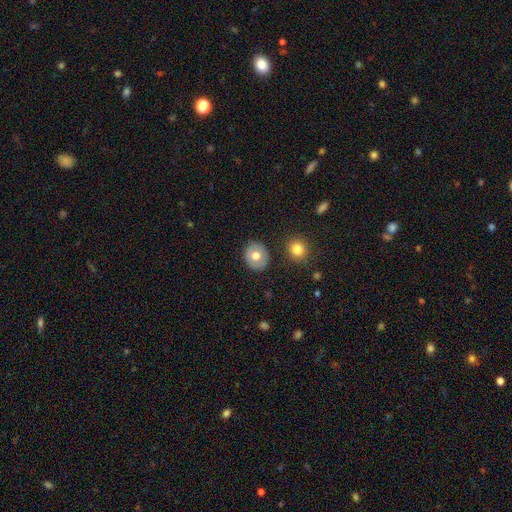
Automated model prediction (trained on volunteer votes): A smooth galaxy with no disk features (69%) that is round (68%).

Vote fractions:
- Smooth or featured? smooth: 69% / featured or disk: 24% / star or artifact: 7%
- How rounded? round: 68% / in between: 32% / cigar-shaped: 1%
- Merging? none: 86% / minor disturbance: 8% / merger: 3% / major disturbance: 2%